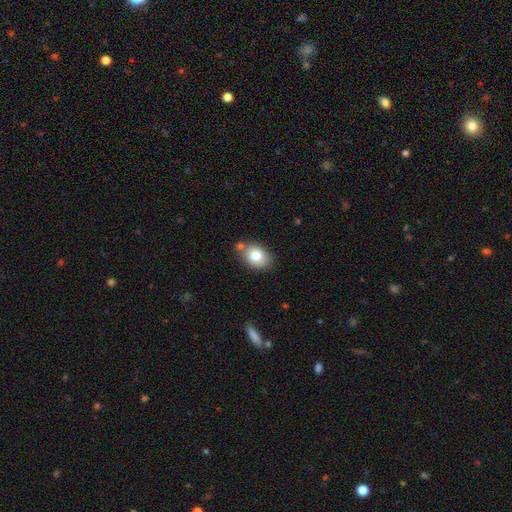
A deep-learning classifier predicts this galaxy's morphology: A smooth galaxy with no disk features (80%) that is in between round and cigar-shaped (72%).

Vote fractions:
- Smooth or featured? smooth: 80% / featured or disk: 12% / star or artifact: 8%
- How rounded? in between: 72% / round: 27% / cigar-shaped: 1%
- Merging? none: 69% / minor disturbance: 16% / merger: 11% / major disturbance: 4%